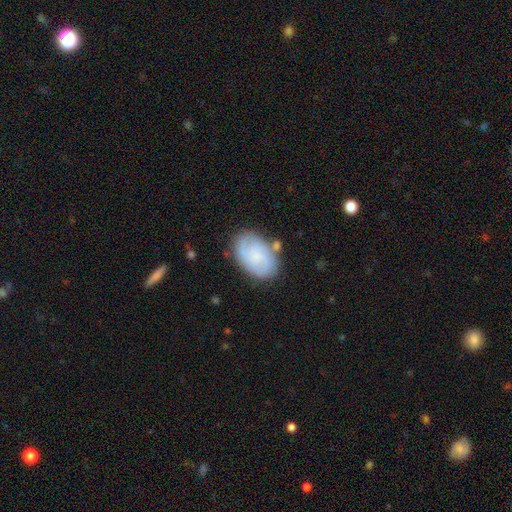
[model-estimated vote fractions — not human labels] Smooth or featured?
  - featured or disk: 50% *
  - smooth: 43%
  - star or artifact: 7%
Merging?
  - none: 70% *
  - minor disturbance: 19%
  - major disturbance: 6%
  - merger: 5%